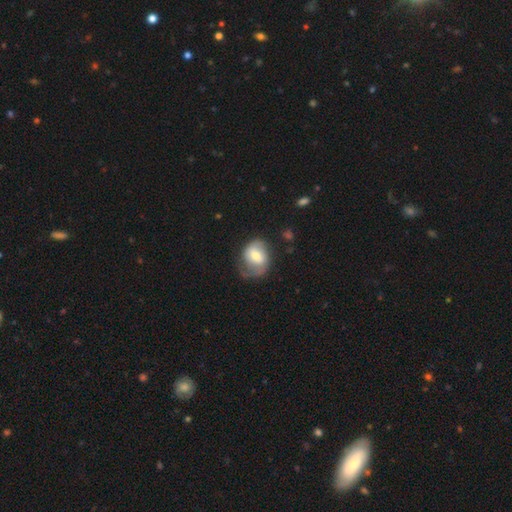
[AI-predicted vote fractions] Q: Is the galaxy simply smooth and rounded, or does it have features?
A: featured or disk — 52%.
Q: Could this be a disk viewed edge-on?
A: no — 96%.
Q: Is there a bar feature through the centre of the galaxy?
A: weak — 44%.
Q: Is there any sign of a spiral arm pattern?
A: yes — 76%.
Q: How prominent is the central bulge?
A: moderate — 60%.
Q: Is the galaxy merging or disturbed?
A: none — 44%.